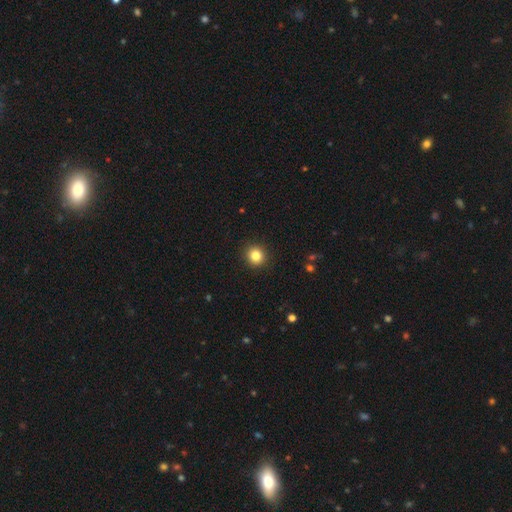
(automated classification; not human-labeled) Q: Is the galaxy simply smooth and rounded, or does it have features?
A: smooth — 83%.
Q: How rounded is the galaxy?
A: round — 92%.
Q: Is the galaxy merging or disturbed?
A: none — 92%.